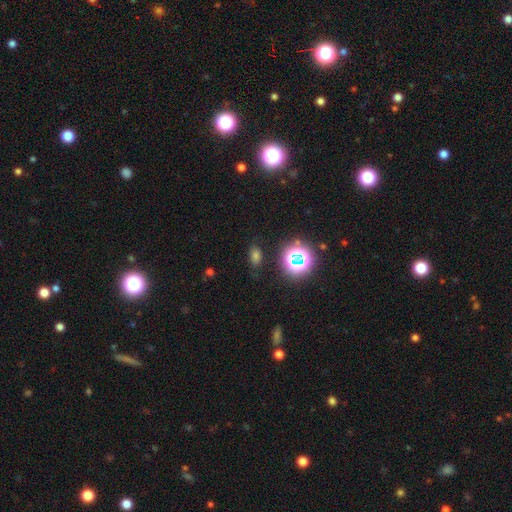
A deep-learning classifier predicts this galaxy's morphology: type=smooth (59%); roundness=in between (78%); merging=none (80%).